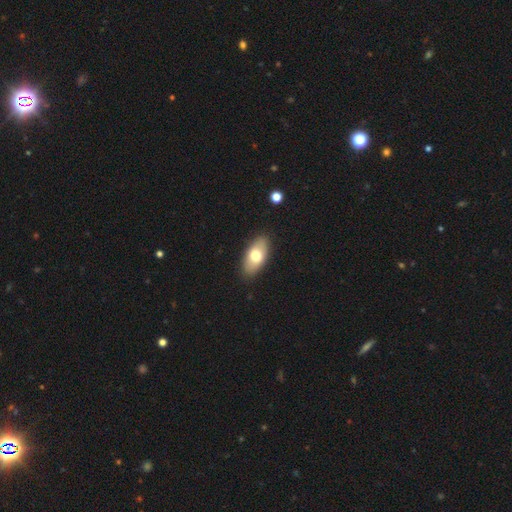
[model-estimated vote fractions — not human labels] A smooth galaxy with no disk features (71%) that is in between round and cigar-shaped (91%).

Vote fractions:
- Smooth or featured? smooth: 71% / featured or disk: 22% / star or artifact: 6%
- How rounded? in between: 91% / cigar-shaped: 5% / round: 3%
- Merging? none: 88% / minor disturbance: 9% / major disturbance: 2% / merger: 1%